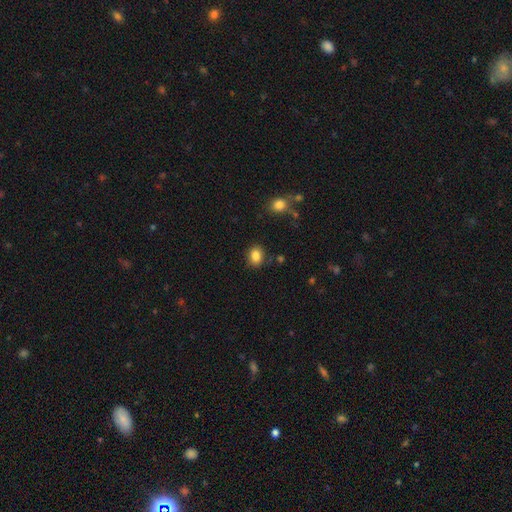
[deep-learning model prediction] Morphology: type=smooth (85%); roundness=in between (56%); merging=none (84%).